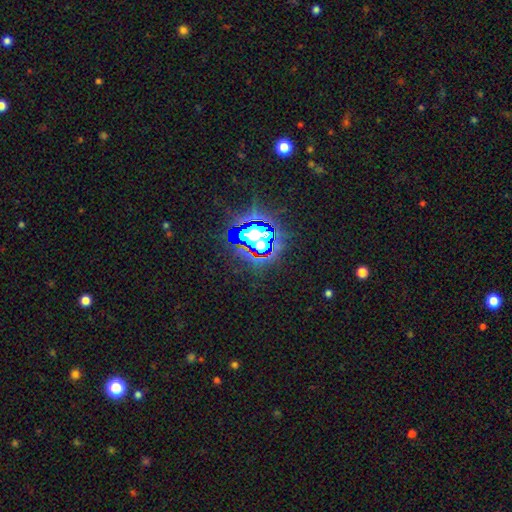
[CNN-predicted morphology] Smooth or featured? Predicted: star or artifact (p=0.70).